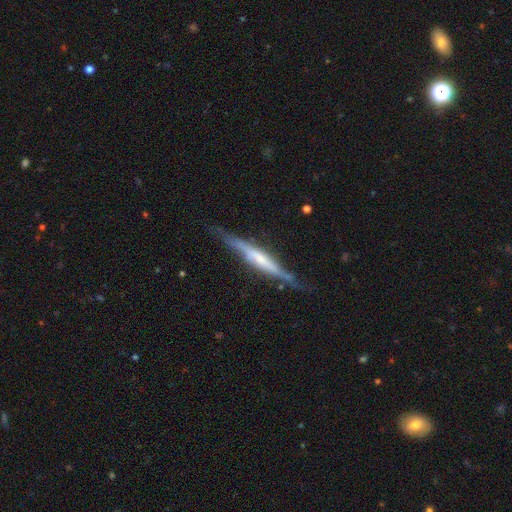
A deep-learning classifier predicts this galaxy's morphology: Smooth or featured? featured or disk (74%)
Edge-on disk? yes (92%)
Edge-on bulge? rounded (35%)
Merging? none (73%)